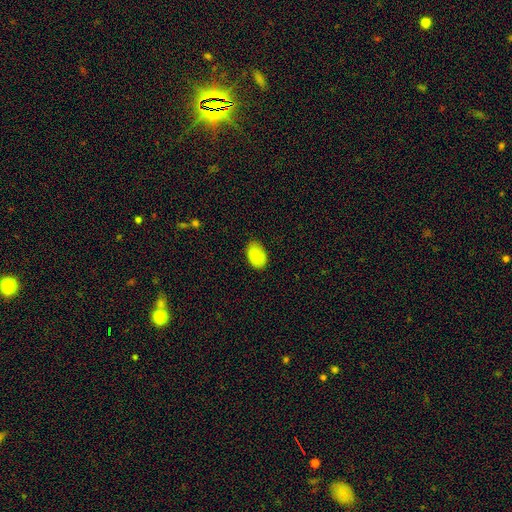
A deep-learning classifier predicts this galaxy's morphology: This is clearly a smooth galaxy (88%). How rounded: clearly in between (92%). Merging: clearly none (81%).